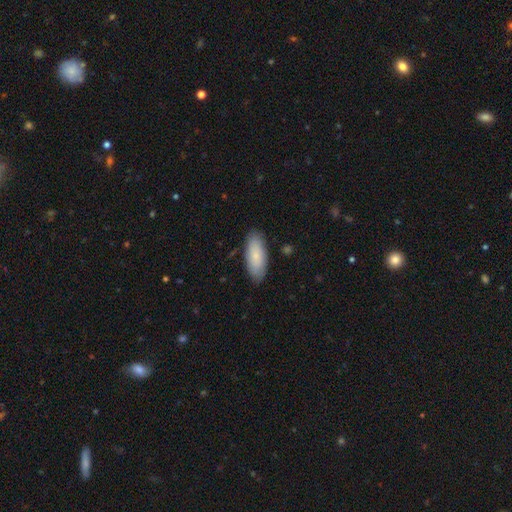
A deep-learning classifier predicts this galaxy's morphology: This is clearly a smooth galaxy (82%). How rounded: clearly in between (81%). Merging: clearly none (85%).